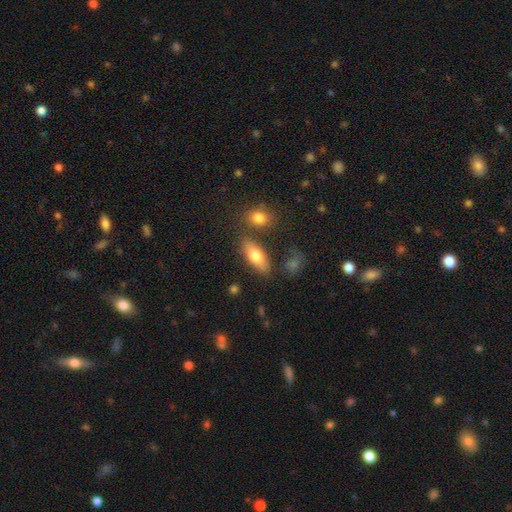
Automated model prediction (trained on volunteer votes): Smooth or featured? Predicted: smooth (p=0.73). How rounded? Predicted: in between (p=0.76). Merging? Predicted: none (p=0.76).